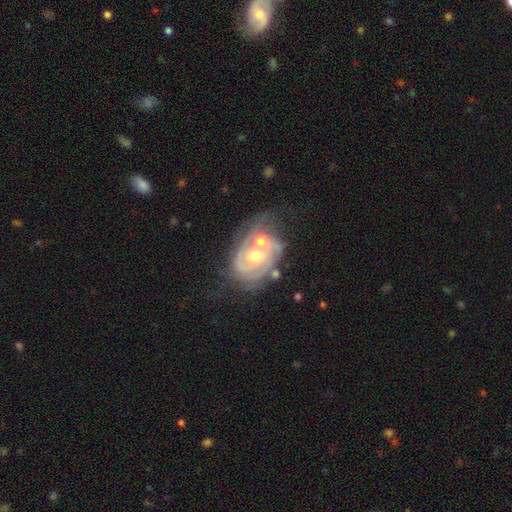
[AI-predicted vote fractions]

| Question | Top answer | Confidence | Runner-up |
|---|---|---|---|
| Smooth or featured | featured or disk | 81% | smooth (12%) |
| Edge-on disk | no | 97% | yes (3%) |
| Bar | no | 67% | weak (26%) |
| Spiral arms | yes | 88% | no (12%) |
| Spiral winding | tight | 58% | medium (32%) |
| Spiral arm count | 2 | 50% | can't tell (25%) |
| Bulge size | moderate | 65% | small (29%) |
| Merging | none | 37% | merger (32%) |